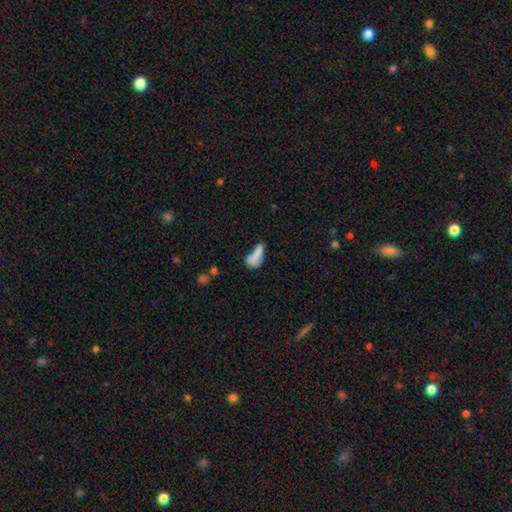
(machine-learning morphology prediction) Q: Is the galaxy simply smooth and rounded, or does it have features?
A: smooth — 71%.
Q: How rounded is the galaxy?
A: in between — 68%.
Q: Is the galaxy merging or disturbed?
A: none — 29%.